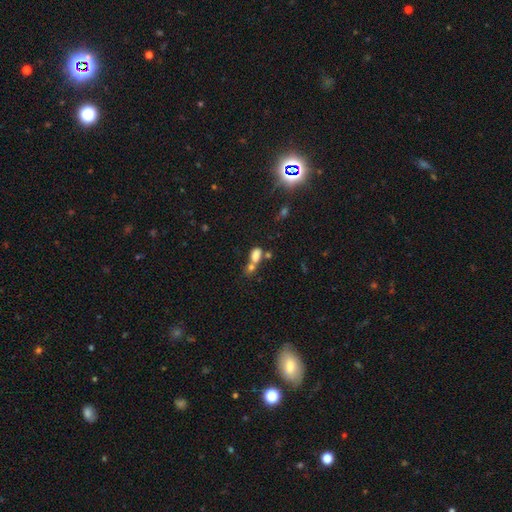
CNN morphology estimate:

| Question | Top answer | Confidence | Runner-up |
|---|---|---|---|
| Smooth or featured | smooth | 74% | star or artifact (15%) |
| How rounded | in between | 79% | round (15%) |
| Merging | merger | 53% | none (29%) |